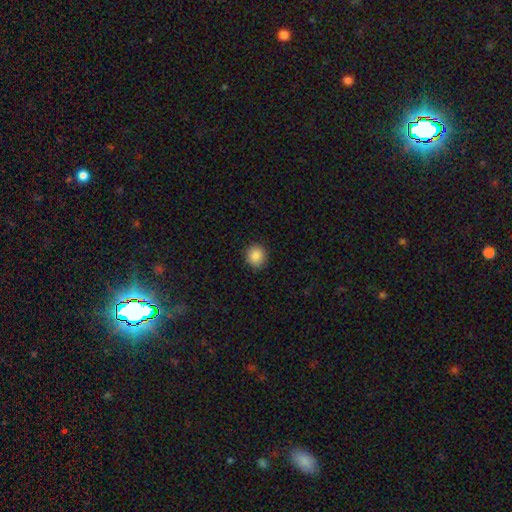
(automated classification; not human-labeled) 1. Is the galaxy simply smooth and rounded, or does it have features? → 87% smooth, 9% star or artifact, 4% featured or disk.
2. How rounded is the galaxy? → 85% round, 14% in between, 1% cigar-shaped.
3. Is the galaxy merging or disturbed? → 90% none, 7% minor disturbance, 2% major disturbance, 1% merger.